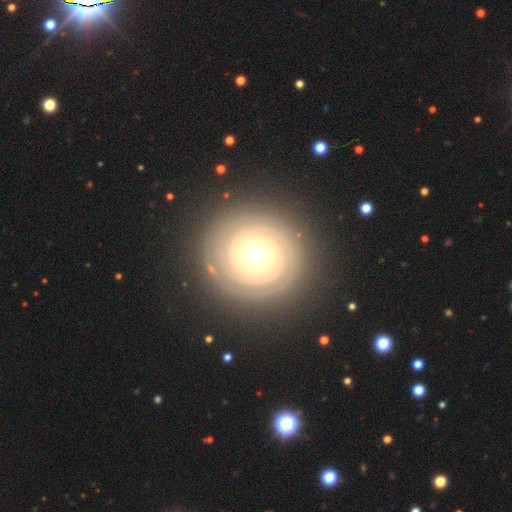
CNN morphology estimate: A featured or disk galaxy (76%) with no bar (85%), tight (89%) spiral arms (85%) and a moderate central bulge (63%). Merging: none (85%).